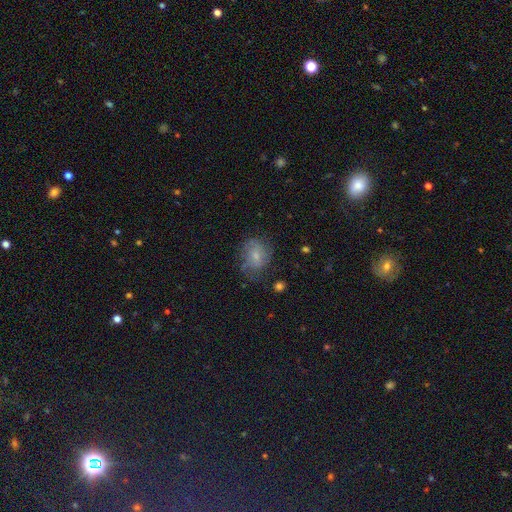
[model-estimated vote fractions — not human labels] Morphology: type=smooth (52%); roundness=in between (50%); merging=none (55%).